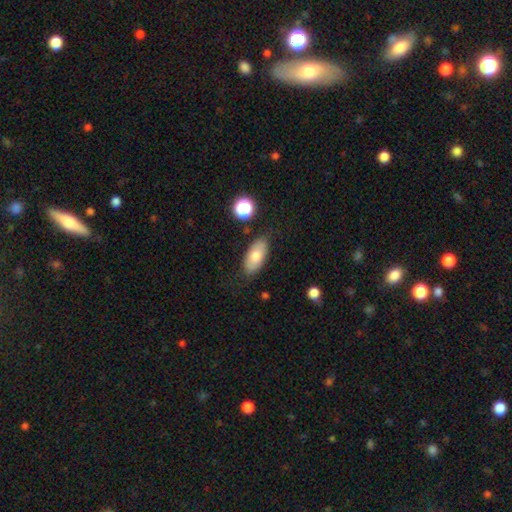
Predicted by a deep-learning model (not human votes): Smooth or featured?
  - smooth: 75% *
  - featured or disk: 17%
  - star or artifact: 7%
How rounded?
  - in between: 90% *
  - cigar-shaped: 6%
  - round: 4%
Merging?
  - none: 82% *
  - minor disturbance: 13%
  - major disturbance: 3%
  - merger: 3%